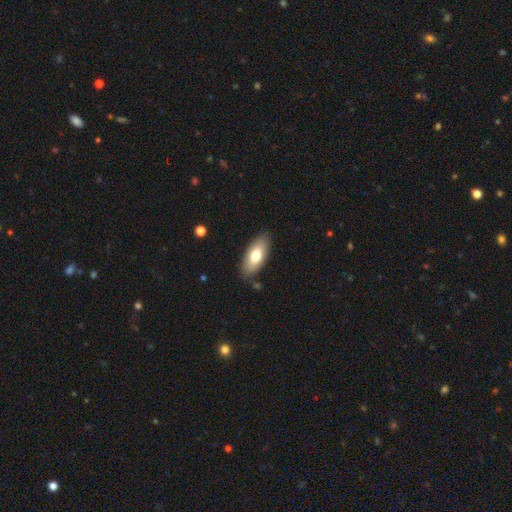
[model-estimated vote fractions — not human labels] A smooth galaxy with no disk features (72%) that is in between round and cigar-shaped (84%).

Vote fractions:
- Smooth or featured? smooth: 72% / featured or disk: 22% / star or artifact: 6%
- How rounded? in between: 84% / cigar-shaped: 13% / round: 2%
- Merging? none: 86% / minor disturbance: 10% / major disturbance: 2% / merger: 2%